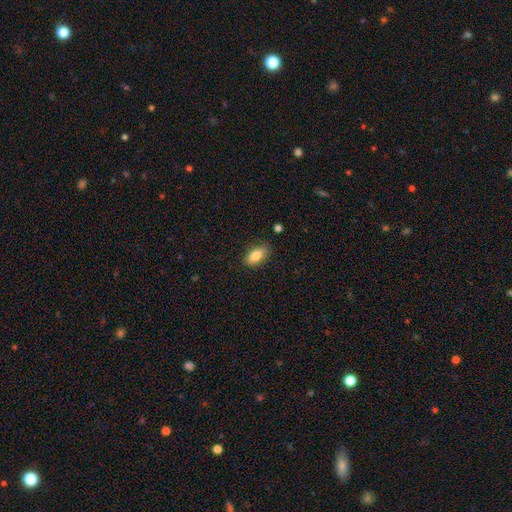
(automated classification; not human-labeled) A smooth galaxy with no disk features (84%) that is in between round and cigar-shaped (89%). Merging: none (83%).